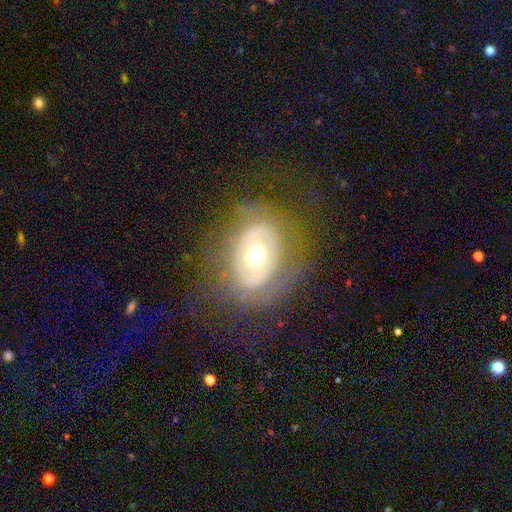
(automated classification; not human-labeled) Smooth or featured: featured or disk — 58% (smooth — 34%)
Edge-on disk: no — 93% (yes — 7%)
Bar: no — 83% (weak — 11%)
Spiral arms: no — 78% (yes — 22%)
Bulge size: moderate — 71% (large — 17%)
Merging: none — 71% (minor disturbance — 16%)